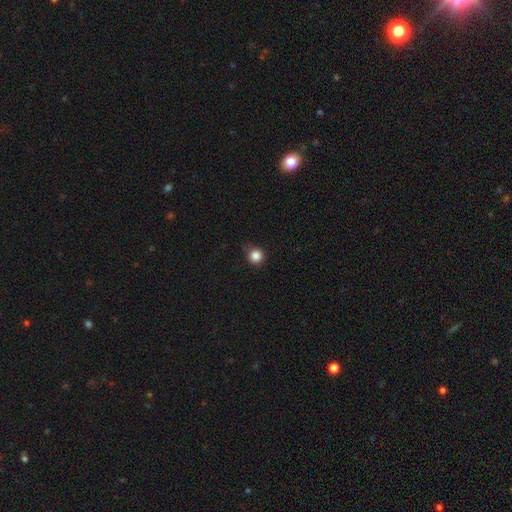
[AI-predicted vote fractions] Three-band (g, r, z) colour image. It shows a smooth galaxy with no disk features (84%) that is round (92%). Merging: none (78%).